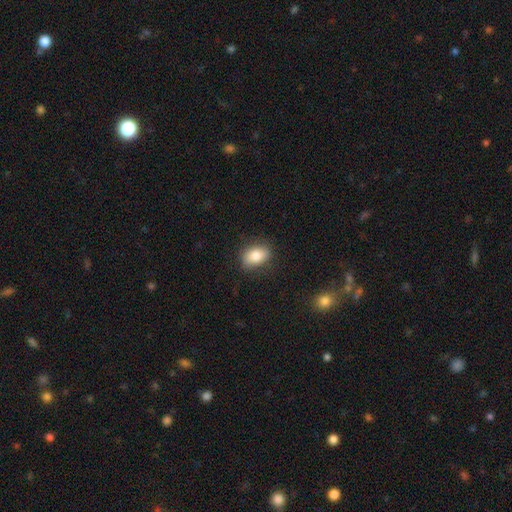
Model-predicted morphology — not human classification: Smooth or featured?
  - smooth: 83% *
  - featured or disk: 9%
  - star or artifact: 8%
How rounded?
  - in between: 82% *
  - round: 17%
  - cigar-shaped: 2%
Merging?
  - none: 83% *
  - minor disturbance: 13%
  - major disturbance: 3%
  - merger: 1%